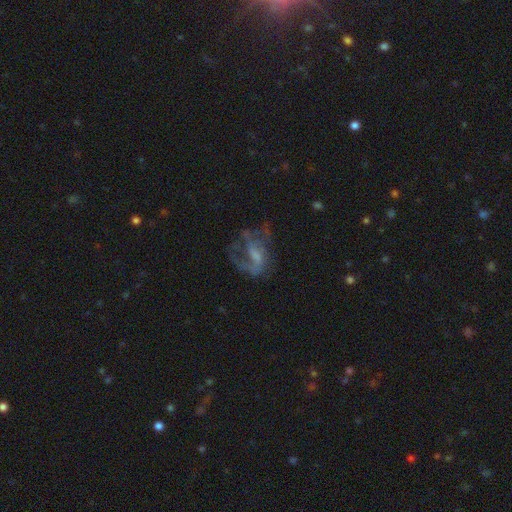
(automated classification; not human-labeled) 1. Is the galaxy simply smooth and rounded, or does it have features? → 65% featured or disk, 23% smooth, 11% star or artifact.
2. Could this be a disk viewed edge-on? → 96% no, 4% yes.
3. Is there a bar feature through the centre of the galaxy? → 44% no, 42% weak, 14% strong.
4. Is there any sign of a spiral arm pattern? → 65% yes, 35% no.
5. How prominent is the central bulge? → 35% none, 33% small, 26% moderate, 5% large, 1% dominant.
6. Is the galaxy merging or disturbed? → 43% major disturbance, 36% none, 18% minor disturbance, 4% merger.